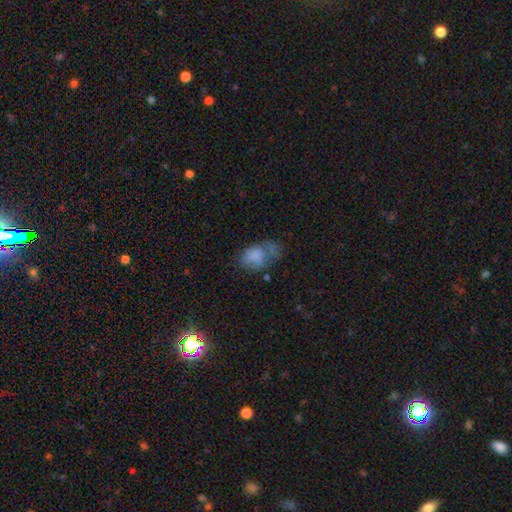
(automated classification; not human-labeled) Smooth or featured: smooth — 69% (featured or disk — 19%)
How rounded: in between — 83% (round — 15%)
Merging: none — 34% (major disturbance — 28%)